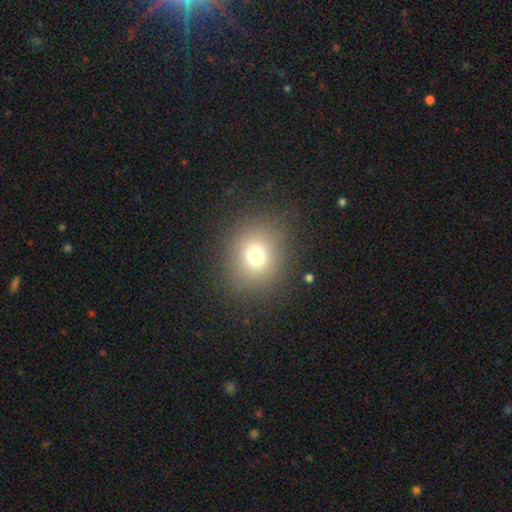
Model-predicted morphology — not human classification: A smooth galaxy with no disk features (73%) that is round (80%).

Vote fractions:
- Smooth or featured? smooth: 73% / star or artifact: 18% / featured or disk: 9%
- How rounded? round: 80% / in between: 19% / cigar-shaped: 1%
- Merging? none: 87% / minor disturbance: 7% / major disturbance: 4% / merger: 1%